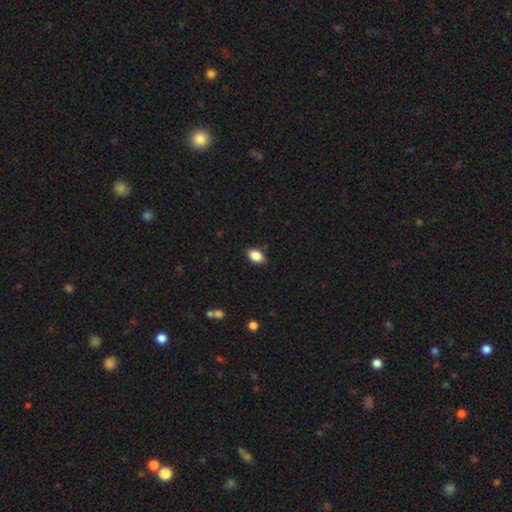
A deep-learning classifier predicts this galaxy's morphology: A smooth galaxy with no disk features (86%) that is in between round and cigar-shaped (87%). Merging: none (85%).